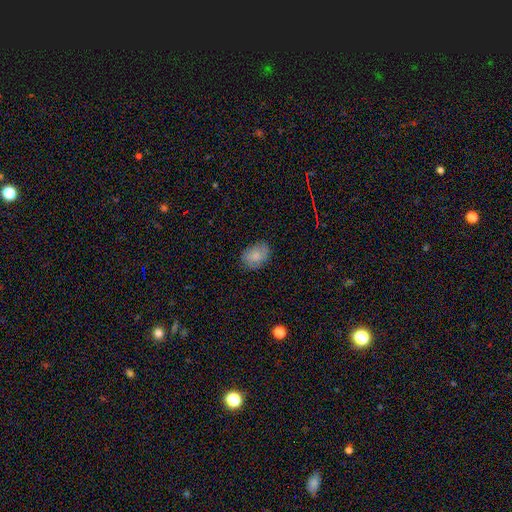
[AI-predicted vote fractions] smooth-or-featured: smooth: 80% | featured or disk: 12% | star or artifact: 8%
  how-rounded: in between: 76% | round: 23% | cigar-shaped: 1%
  merging: none: 78% | minor disturbance: 17% | major disturbance: 4% | merger: 1%